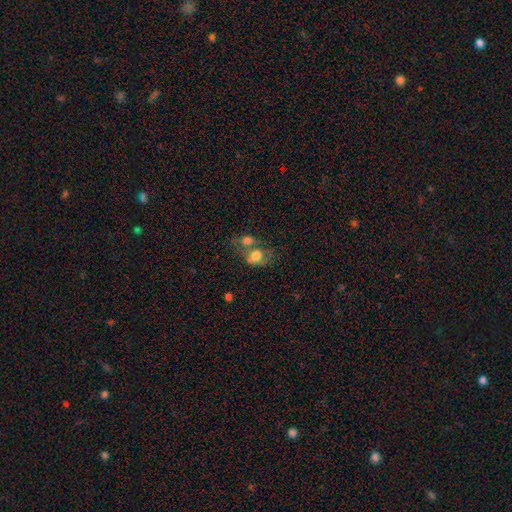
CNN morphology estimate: smooth 70%, featured or disk 21%, star or artifact 10%. Down the decision tree: how rounded — in between (58%); merging — merger (55%).